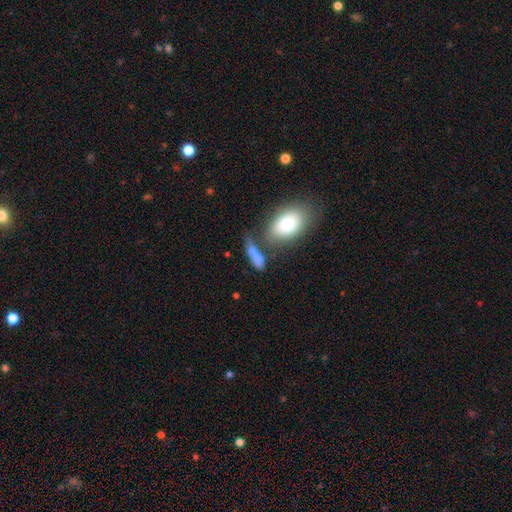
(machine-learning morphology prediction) A smooth galaxy with no disk features (75%) that is in between round and cigar-shaped (52%).

Vote fractions:
- Smooth or featured? smooth: 75% / featured or disk: 15% / star or artifact: 10%
- How rounded? in between: 52% / cigar-shaped: 41% / round: 7%
- Merging? none: 44% / merger: 28% / minor disturbance: 18% / major disturbance: 11%